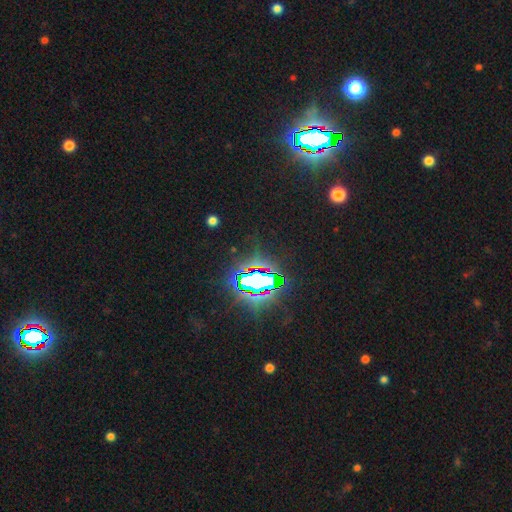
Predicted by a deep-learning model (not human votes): The model was most divided on "smooth or featured": star or artifact: 81%, smooth: 10%, featured or disk: 9%.